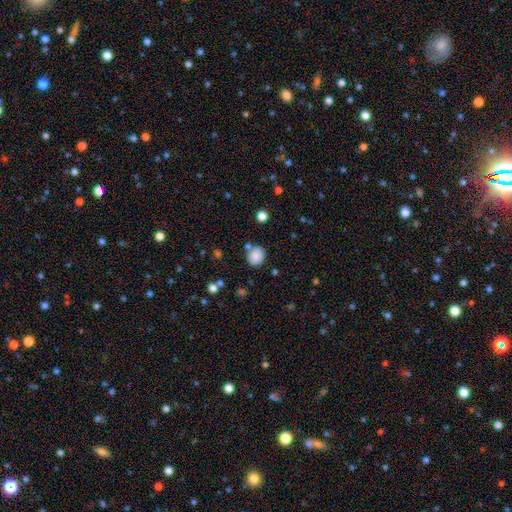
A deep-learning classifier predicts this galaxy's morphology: A smooth galaxy with no disk features (86%) that is round (66%). Merging: none (79%).